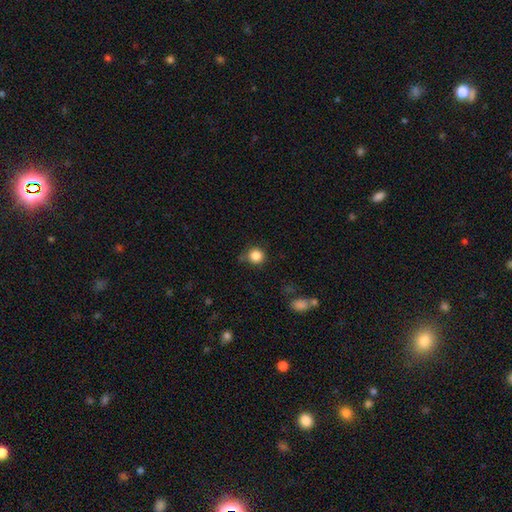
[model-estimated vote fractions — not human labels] Smooth or featured: smooth — 85% (star or artifact — 11%)
How rounded: round — 92% (in between — 7%)
Merging: none — 78% (minor disturbance — 15%)